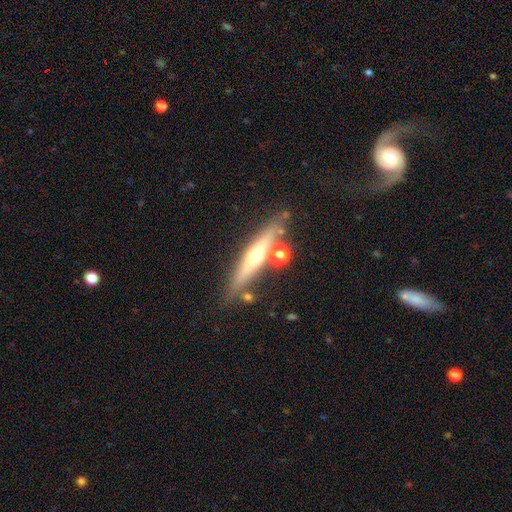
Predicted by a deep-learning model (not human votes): featured or disk 65%, smooth 27%, star or artifact 9%. Down the decision tree: edge-on disk — yes (94%); edge-on bulge — rounded (89%); merging — none (77%).